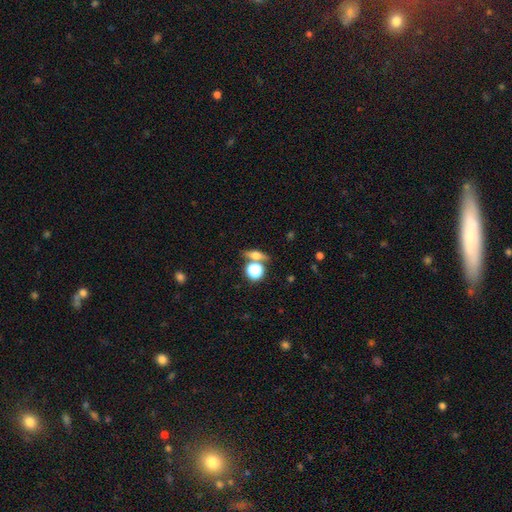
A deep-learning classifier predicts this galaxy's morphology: Smooth or featured? Predicted: smooth (p=0.50). How rounded? Predicted: in between (p=0.38). Merging? Predicted: none (p=0.70).